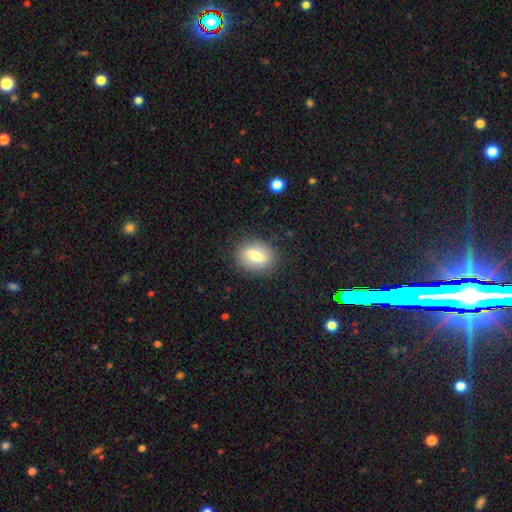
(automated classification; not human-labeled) Smooth or featured? Predicted: smooth (p=0.74). How rounded? Predicted: in between (p=0.65). Merging? Predicted: none (p=0.85).